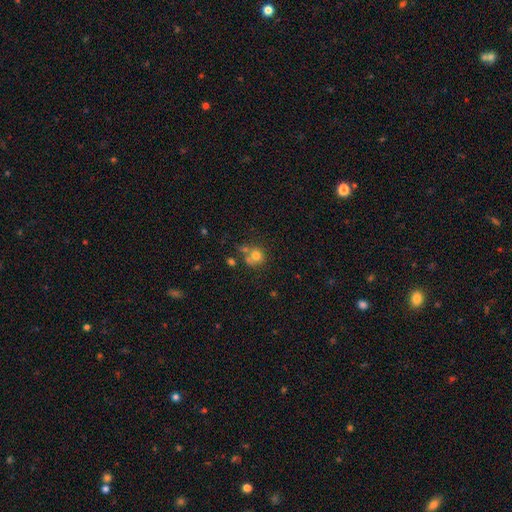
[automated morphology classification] type=smooth (73%); roundness=round (83%); merging=none (47%).